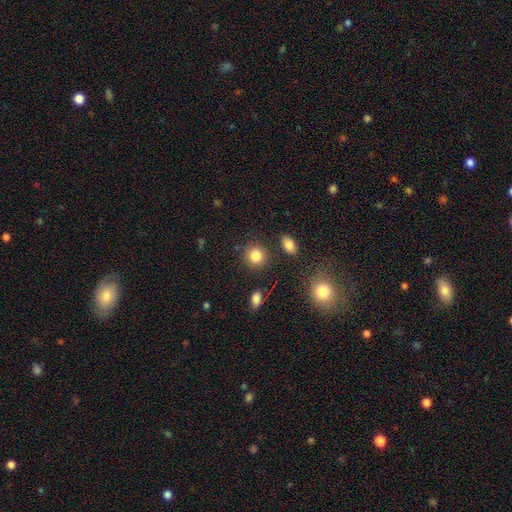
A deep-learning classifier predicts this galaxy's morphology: This is clearly a smooth galaxy (85%). How rounded: clearly round (85%). Merging: clearly none (86%).